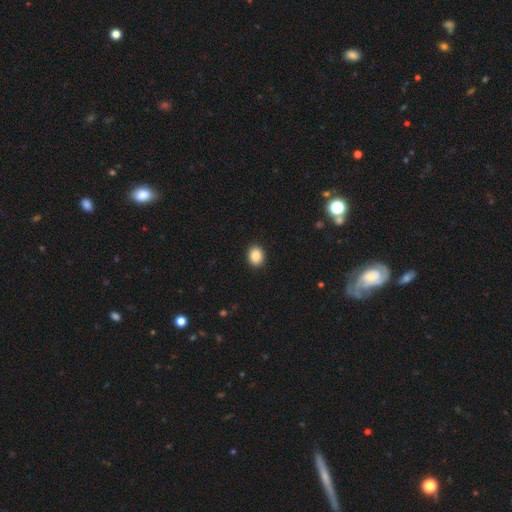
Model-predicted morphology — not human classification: Smooth or featured: smooth — 87% (star or artifact — 9%)
How rounded: round — 51% (in between — 48%)
Merging: none — 92% (minor disturbance — 6%)